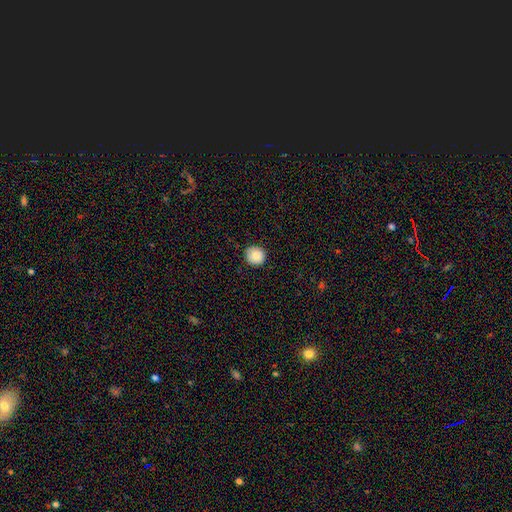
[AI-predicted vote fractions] Q: Smooth or featured?
A: smooth (85%); runner-up: star or artifact (9%)
Q: How rounded?
A: round (92%); runner-up: in between (7%)
Q: Merging?
A: none (88%); runner-up: minor disturbance (10%)